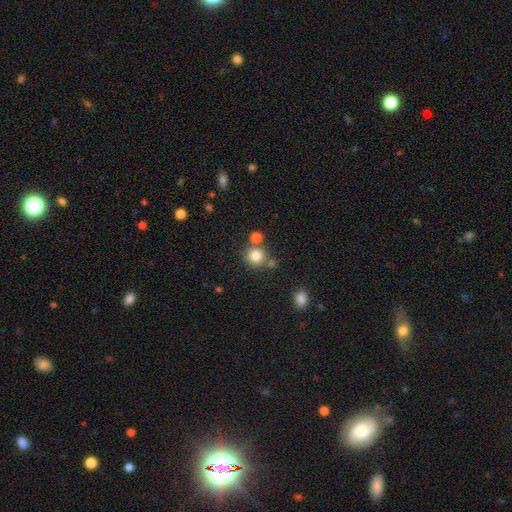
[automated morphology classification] Smooth or featured? smooth (81%)
How rounded? round (91%)
Merging? none (73%)